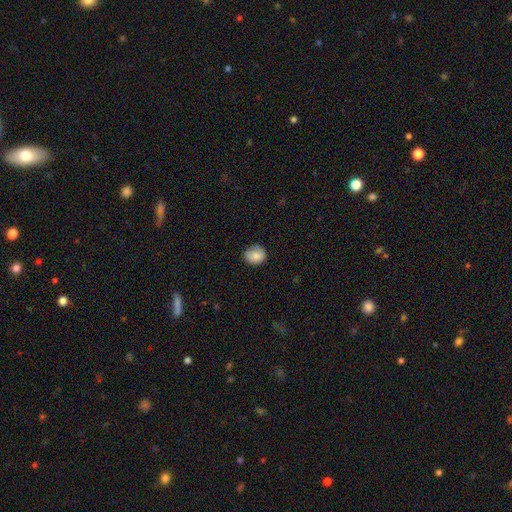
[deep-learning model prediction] This is clearly a smooth galaxy (85%). How rounded: likely round (71%). Merging: likely none (78%).